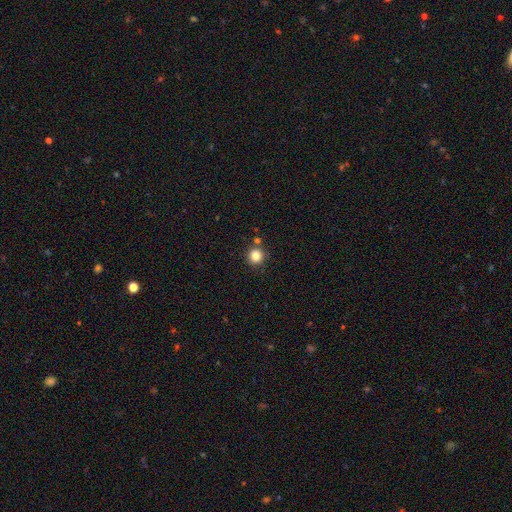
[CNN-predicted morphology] Smooth or featured? Predicted: smooth (p=0.83). How rounded? Predicted: round (p=0.93). Merging? Predicted: none (p=0.82).